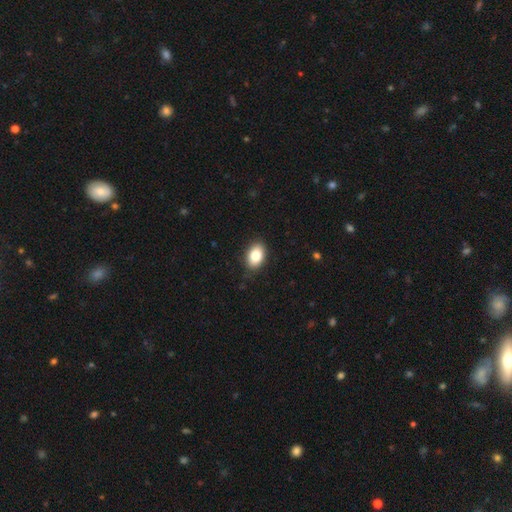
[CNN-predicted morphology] Smooth or featured? Predicted: smooth (p=0.84). How rounded? Predicted: in between (p=0.88). Merging? Predicted: none (p=0.85).